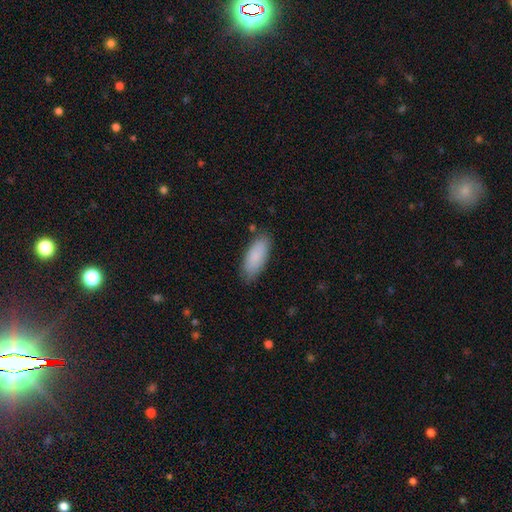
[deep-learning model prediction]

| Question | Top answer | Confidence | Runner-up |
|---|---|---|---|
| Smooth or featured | smooth | 87% | featured or disk (8%) |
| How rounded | in between | 81% | cigar-shaped (18%) |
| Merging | none | 82% | minor disturbance (13%) |